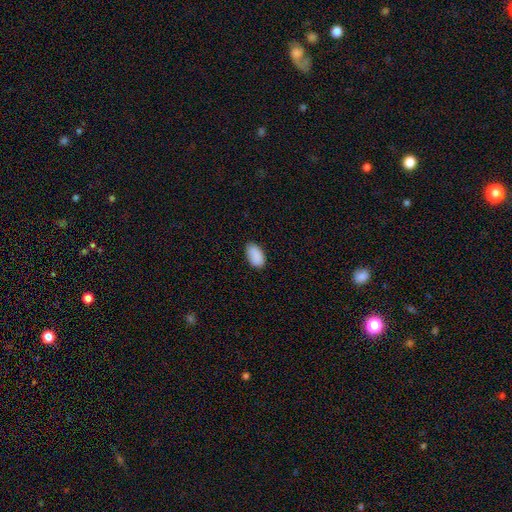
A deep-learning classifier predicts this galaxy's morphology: Q: Smooth or featured?
A: smooth (90%); runner-up: star or artifact (7%)
Q: How rounded?
A: in between (95%); runner-up: round (4%)
Q: Merging?
A: none (84%); runner-up: minor disturbance (13%)